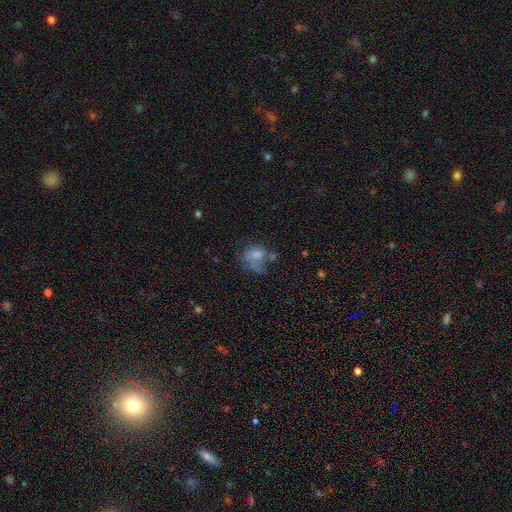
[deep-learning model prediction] smooth_or_featured: smooth (p=0.54) [alt: featured or disk p=0.33]
how_rounded: in between (p=0.59) [alt: round p=0.39]
merging: major disturbance (p=0.37) [alt: none p=0.28]